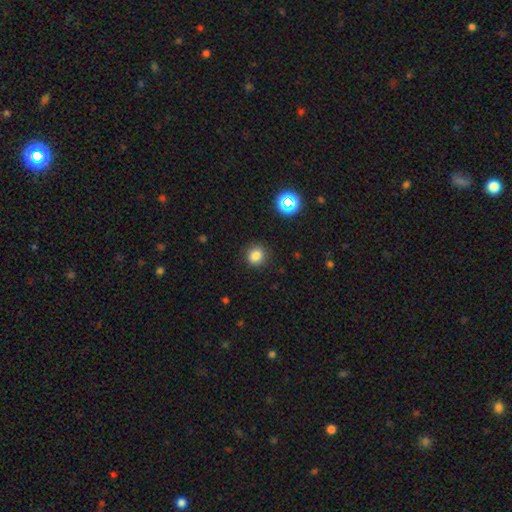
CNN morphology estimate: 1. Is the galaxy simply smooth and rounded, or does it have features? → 82% smooth, 14% star or artifact, 5% featured or disk.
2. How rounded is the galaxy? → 79% round, 20% in between, 1% cigar-shaped.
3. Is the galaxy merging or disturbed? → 87% none, 9% minor disturbance, 3% major disturbance, 1% merger.